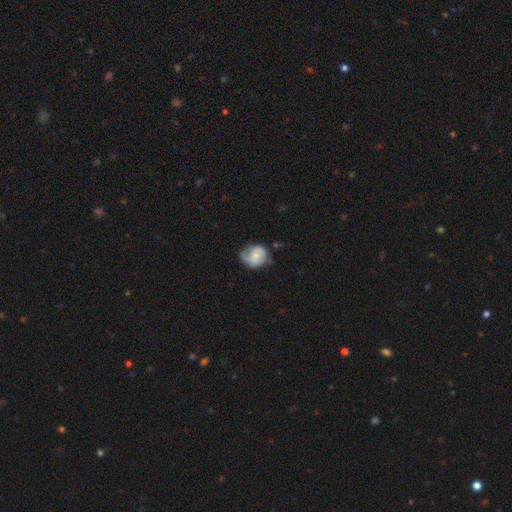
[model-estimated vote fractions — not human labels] A smooth galaxy with no disk features (55%) that is round (61%). Merging: none (43%).